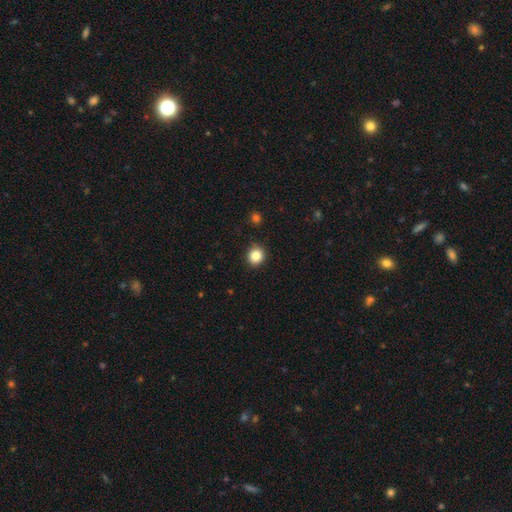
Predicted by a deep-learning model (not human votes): Smooth or featured: smooth — 85% (star or artifact — 10%)
How rounded: round — 86% (in between — 14%)
Merging: none — 89% (minor disturbance — 8%)